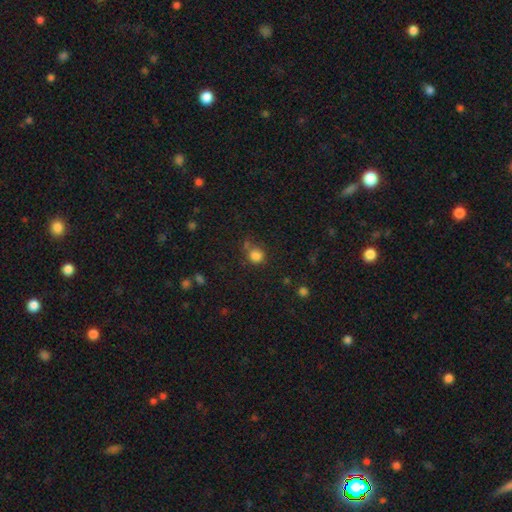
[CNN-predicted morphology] A smooth galaxy with no disk features (82%) that is round (81%). Merging: none (58%).